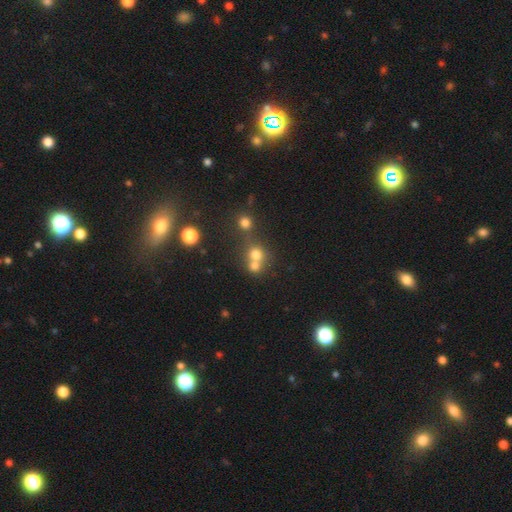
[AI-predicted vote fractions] smooth-or-featured: smooth: 68% | star or artifact: 19% | featured or disk: 14%
  how-rounded: round: 83% | in between: 16% | cigar-shaped: 1%
  merging: merger: 53% | none: 38% | minor disturbance: 6% | major disturbance: 3%